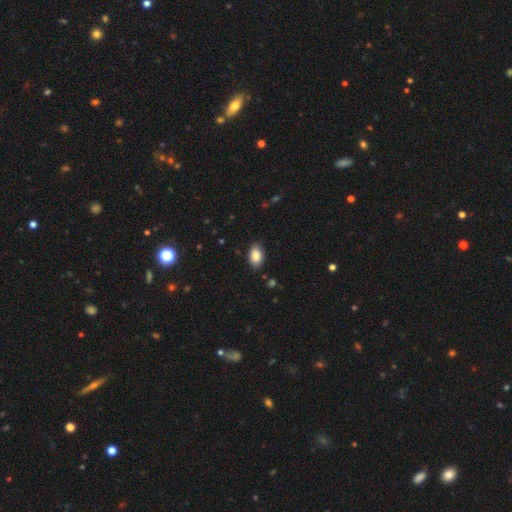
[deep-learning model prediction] The model was most divided on "merging": none: 87%, minor disturbance: 10%, major disturbance: 2%, merger: 1%. More confident: how rounded — in between (93%); smooth or featured — smooth (86%).